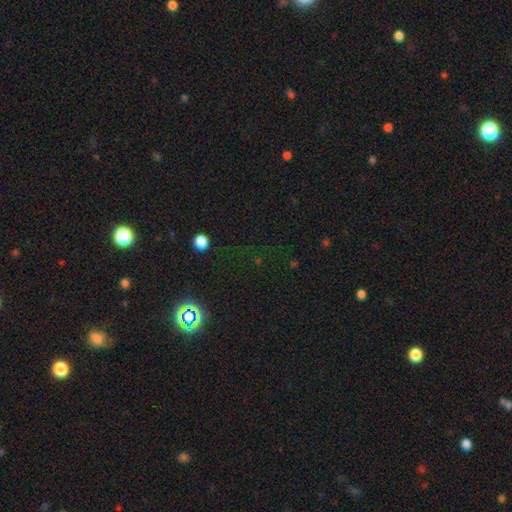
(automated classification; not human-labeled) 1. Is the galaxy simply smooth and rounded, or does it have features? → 67% star or artifact, 24% smooth, 9% featured or disk.